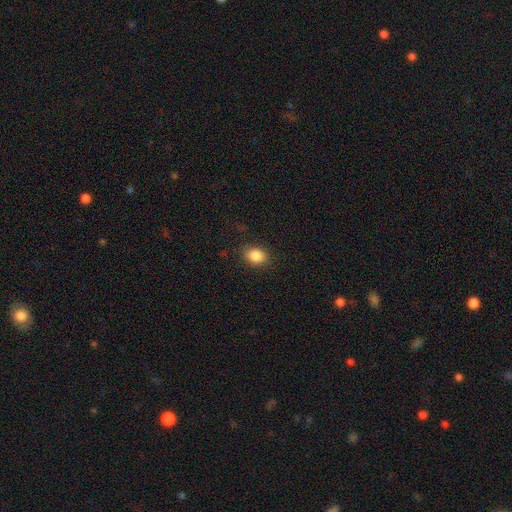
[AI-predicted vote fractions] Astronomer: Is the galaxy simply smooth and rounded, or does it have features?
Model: smooth — 86%.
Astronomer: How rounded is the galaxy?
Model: in between — 67%.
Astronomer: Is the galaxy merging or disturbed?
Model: none — 86%.